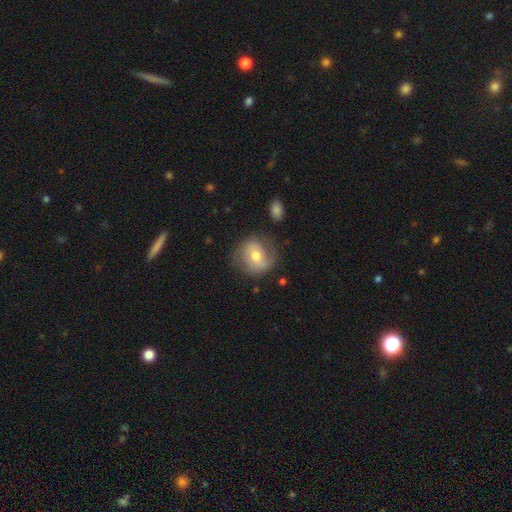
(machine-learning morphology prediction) A featured or disk galaxy (49%).

Vote fractions:
- Smooth or featured? featured or disk: 49% / smooth: 43% / star or artifact: 8%
- Merging? none: 70% / minor disturbance: 20% / major disturbance: 8% / merger: 2%